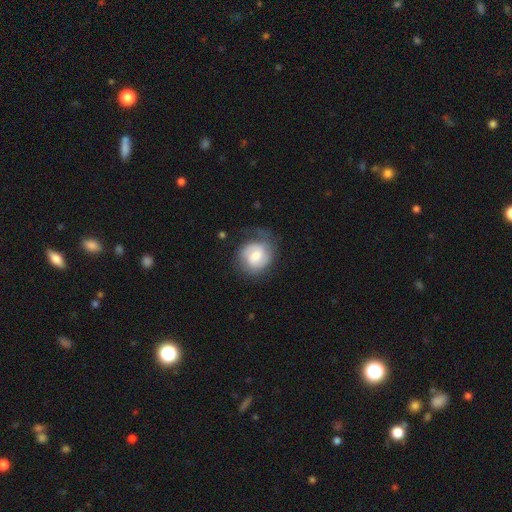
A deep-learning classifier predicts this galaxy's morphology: featured or disk 51%, smooth 42%, star or artifact 7%. Down the decision tree: edge-on disk — no (97%); merging — none (54%).